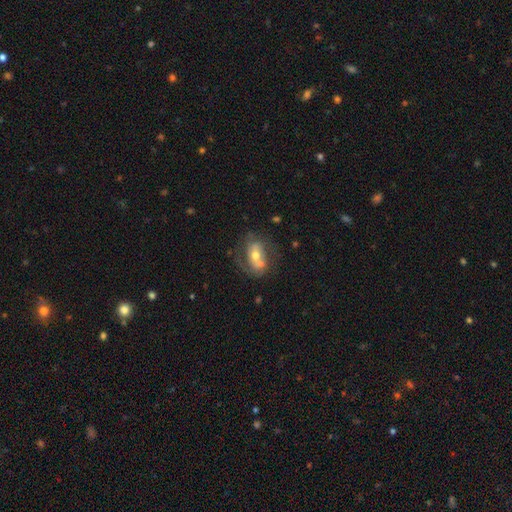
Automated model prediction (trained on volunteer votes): smooth-or-featured: featured or disk: 54% | smooth: 38% | star or artifact: 8%
  disk-edge-on: no: 91% | yes: 9%
  merging: none: 50% | minor disturbance: 20% | merger: 16% | major disturbance: 13%